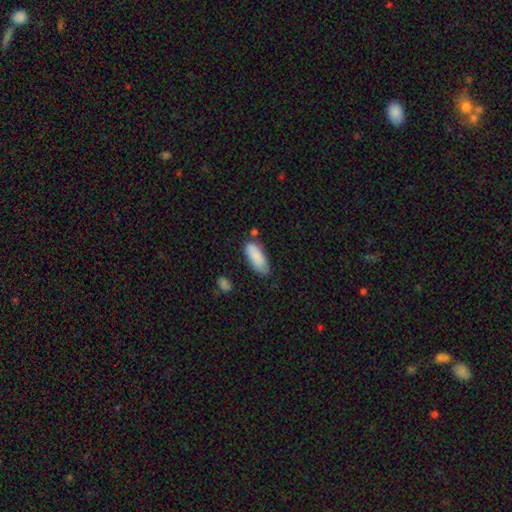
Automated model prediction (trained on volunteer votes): A smooth galaxy with no disk features (87%) that is in between round and cigar-shaped (77%). Merging: none (64%).